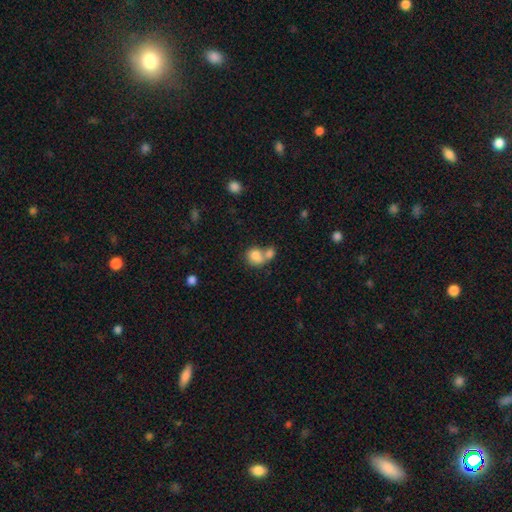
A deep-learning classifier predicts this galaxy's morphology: The model was most divided on "how rounded": round: 62%, in between: 37%, cigar-shaped: 1%. More confident: smooth or featured — smooth (79%); merging — merger (61%).